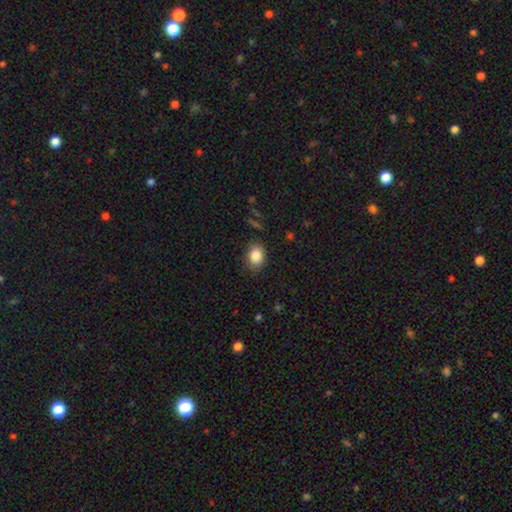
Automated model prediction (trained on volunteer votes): smooth 85%, star or artifact 9%, featured or disk 6%. Down the decision tree: how rounded — in between (71%); merging — none (83%).